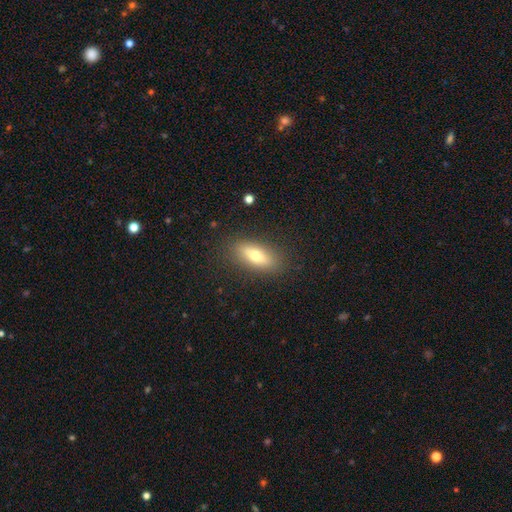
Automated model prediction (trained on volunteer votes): smooth_or_featured: smooth (p=0.66) [alt: featured or disk p=0.26]
how_rounded: in between (p=0.64) [alt: cigar-shaped p=0.32]
merging: none (p=0.87) [alt: minor disturbance p=0.09]